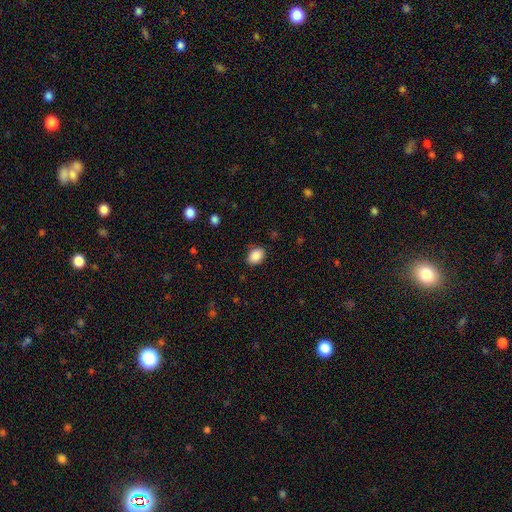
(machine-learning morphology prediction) smooth_or_featured: smooth (p=0.87) [alt: star or artifact p=0.08]
how_rounded: in between (p=0.70) [alt: round p=0.30]
merging: none (p=0.86) [alt: minor disturbance p=0.11]